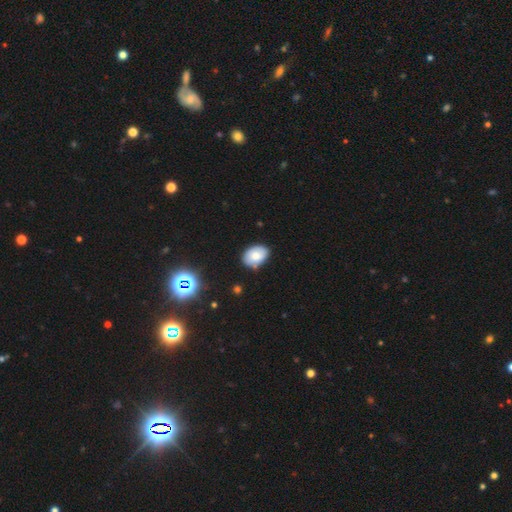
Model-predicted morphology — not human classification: The model was most divided on "merging": none: 78%, minor disturbance: 16%, merger: 3%, major disturbance: 3%. More confident: how rounded — in between (81%); smooth or featured — smooth (77%).